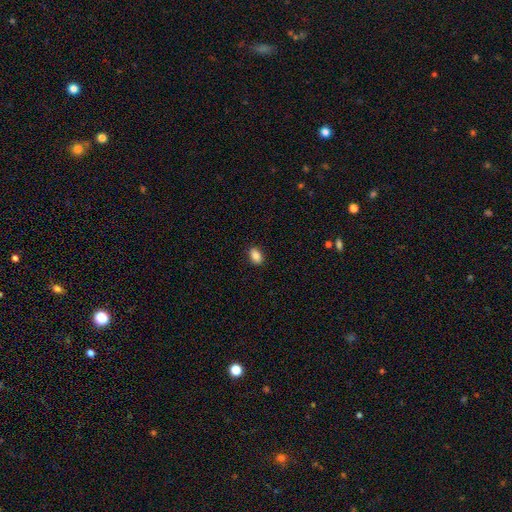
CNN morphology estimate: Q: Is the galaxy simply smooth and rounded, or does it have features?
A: smooth — 87%.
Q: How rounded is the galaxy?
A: in between — 86%.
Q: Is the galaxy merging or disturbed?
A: none — 89%.